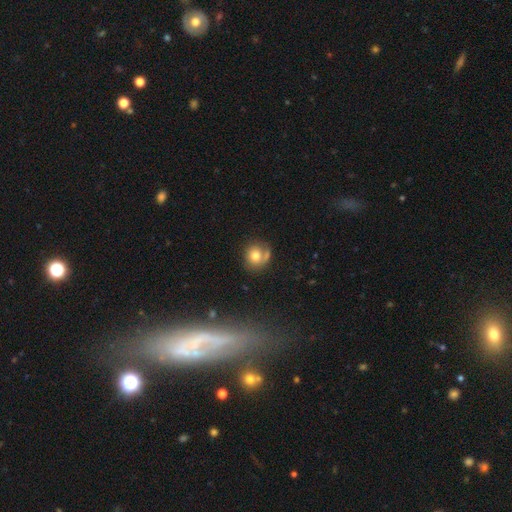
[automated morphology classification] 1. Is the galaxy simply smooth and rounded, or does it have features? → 71% smooth, 20% featured or disk, 10% star or artifact.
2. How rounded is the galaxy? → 81% round, 18% in between, 1% cigar-shaped.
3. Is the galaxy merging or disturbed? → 55% none, 18% minor disturbance, 18% merger, 10% major disturbance.